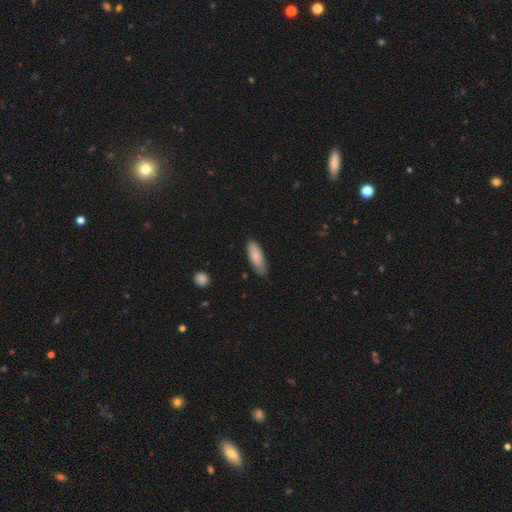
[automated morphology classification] Q: Smooth or featured?
A: smooth (85%); runner-up: featured or disk (10%)
Q: How rounded?
A: in between (58%); runner-up: cigar-shaped (41%)
Q: Merging?
A: none (78%); runner-up: minor disturbance (18%)